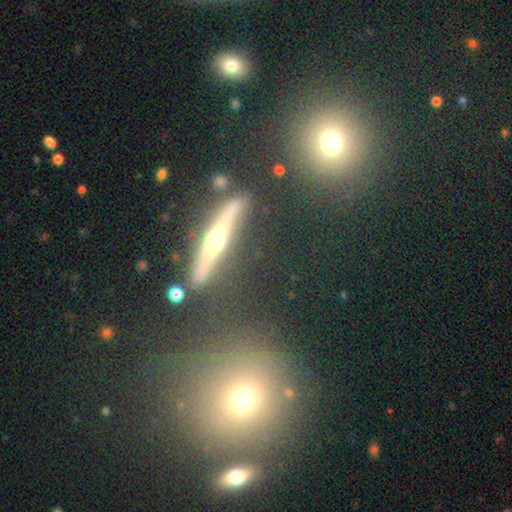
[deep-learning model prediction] smooth-or-featured: featured or disk: 66% | smooth: 18% | star or artifact: 16%
  disk-edge-on: yes: 91% | no: 9%
    edge-on-bulge: rounded: 93% | none: 4% | boxy: 3%
  merging: none: 86% | minor disturbance: 7% | merger: 4% | major disturbance: 3%